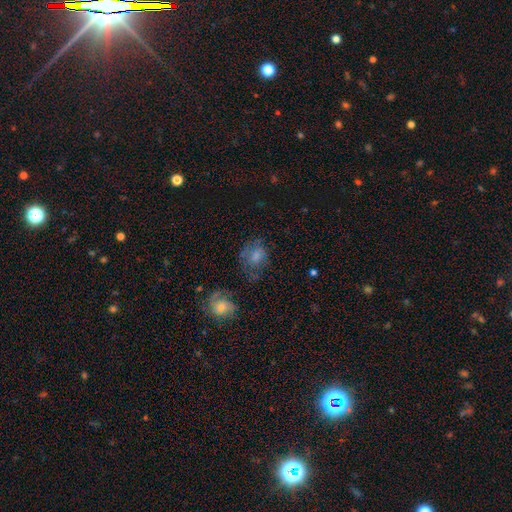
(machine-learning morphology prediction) A smooth galaxy with no disk features (56%) that is round (55%).

Vote fractions:
- Smooth or featured? smooth: 56% / featured or disk: 32% / star or artifact: 12%
- How rounded? round: 55% / in between: 44% / cigar-shaped: 1%
- Merging? none: 52% / minor disturbance: 23% / major disturbance: 19% / merger: 7%